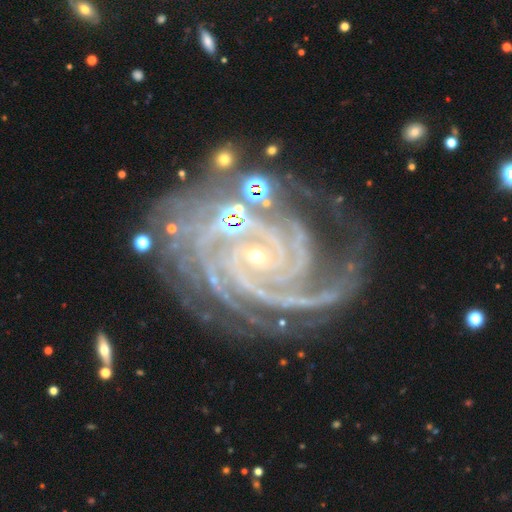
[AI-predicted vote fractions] smooth_or_featured: featured or disk (p=0.93) [alt: star or artifact p=0.05]
disk_edge_on: no (p=0.98) [alt: yes p=0.02]
bar: no (p=0.57) [alt: weak p=0.25]
has_spiral_arms: yes (p=0.99) [alt: no p=0.01]
spiral_winding: tight (p=0.80) [alt: medium p=0.18]
spiral_arm_count: 4 (p=0.33) [alt: more than 4 p=0.22]
bulge_size: small (p=0.83) [alt: moderate p=0.13]
merging: none (p=0.67) [alt: minor disturbance p=0.19]